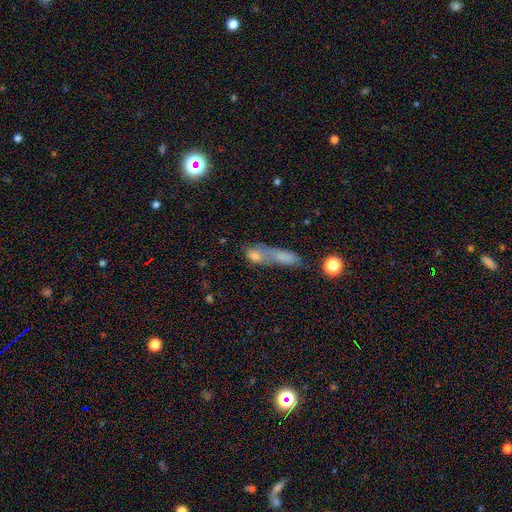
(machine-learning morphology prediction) Smooth or featured? Predicted: smooth (p=0.66). How rounded? Predicted: in between (p=0.49). Merging? Predicted: merger (p=0.56).